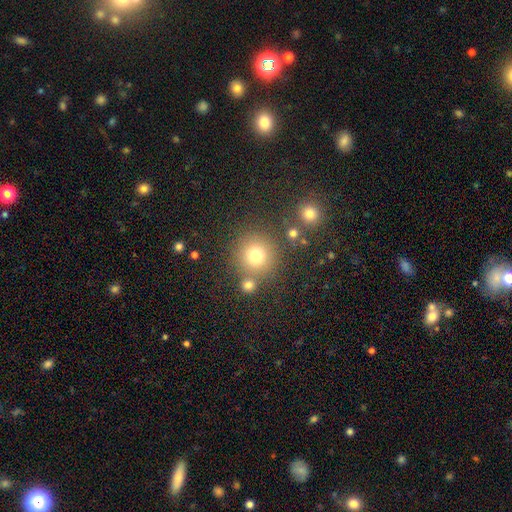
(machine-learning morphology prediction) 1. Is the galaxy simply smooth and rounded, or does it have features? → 75% smooth, 16% star or artifact, 9% featured or disk.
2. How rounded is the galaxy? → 91% round, 8% in between, 1% cigar-shaped.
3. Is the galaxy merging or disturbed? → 75% none, 11% merger, 9% minor disturbance, 4% major disturbance.